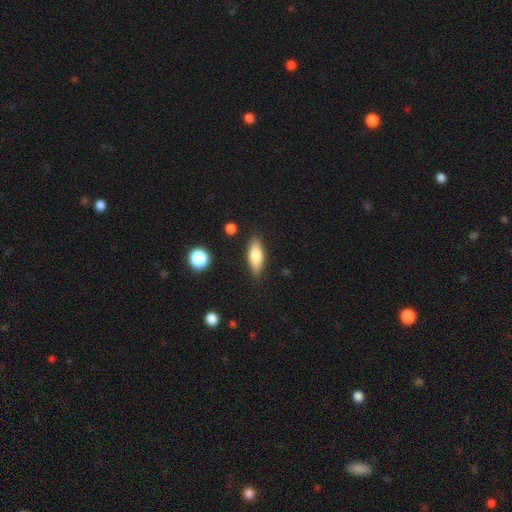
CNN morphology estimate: This is likely a smooth galaxy (73%). How rounded: likely in between (67%). Merging: clearly none (84%).